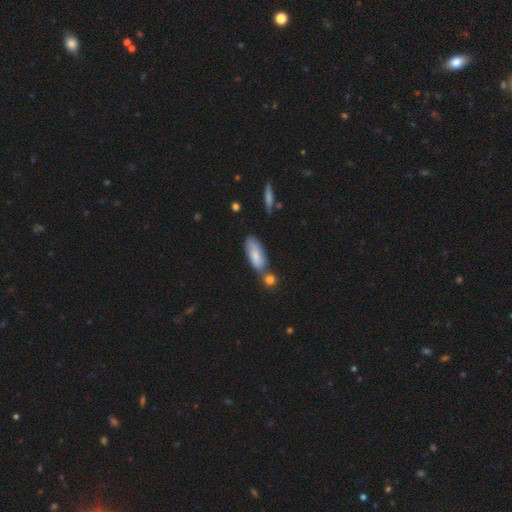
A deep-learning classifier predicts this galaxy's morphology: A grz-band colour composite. It shows a smooth galaxy with no disk features (77%) that is in between round and cigar-shaped (76%). Merging: none (50%).